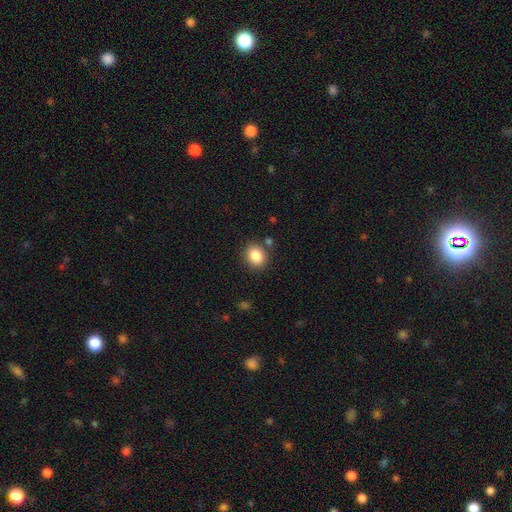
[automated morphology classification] This appears to be a smooth galaxy with no disk features (87%) that is round (58%). Merging: none (83%).